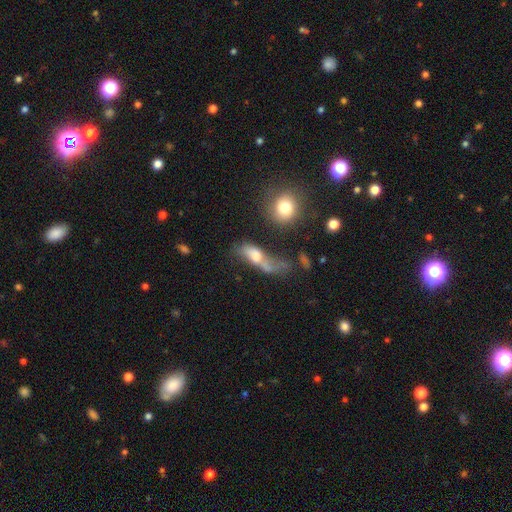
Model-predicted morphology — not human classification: This appears to be a smooth galaxy with no disk features (54%) that is in between round and cigar-shaped (66%). Merging: major disturbance (36%).